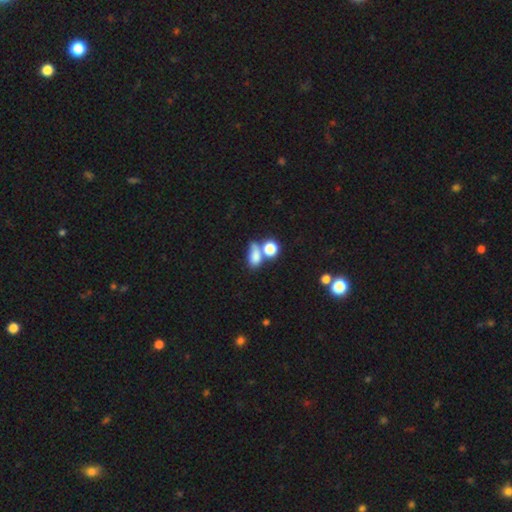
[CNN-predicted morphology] Smooth or featured? Predicted: smooth (p=0.77). How rounded? Predicted: in between (p=0.70). Merging? Predicted: merger (p=0.48).